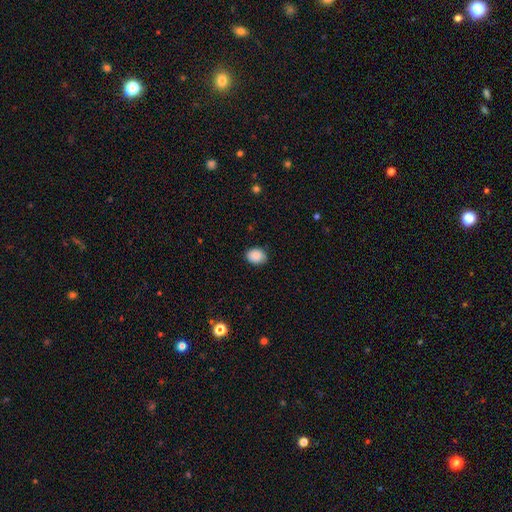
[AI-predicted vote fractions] smooth-or-featured: smooth: 88% | star or artifact: 8% | featured or disk: 4%
  how-rounded: in between: 58% | round: 41% | cigar-shaped: 1%
  merging: none: 83% | minor disturbance: 13% | major disturbance: 2% | merger: 1%